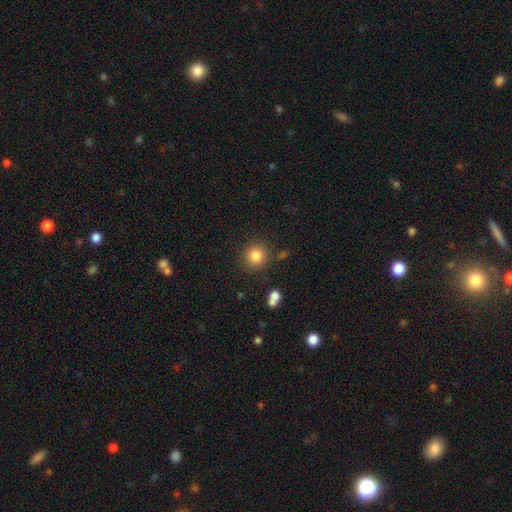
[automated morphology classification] A smooth galaxy with no disk features (84%) that is round (90%).

Vote fractions:
- Smooth or featured? smooth: 84% / star or artifact: 11% / featured or disk: 6%
- How rounded? round: 90% / in between: 9% / cigar-shaped: 1%
- Merging? none: 84% / minor disturbance: 9% / merger: 4% / major disturbance: 3%